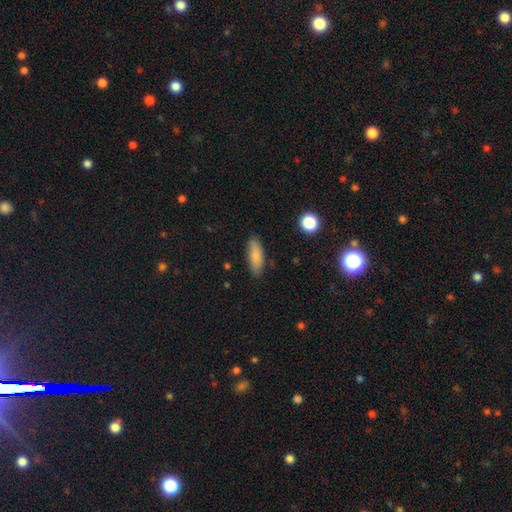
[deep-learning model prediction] smooth_or_featured: smooth (p=0.82) [alt: featured or disk p=0.11]
how_rounded: in between (p=0.62) [alt: cigar-shaped p=0.36]
merging: none (p=0.82) [alt: minor disturbance p=0.14]